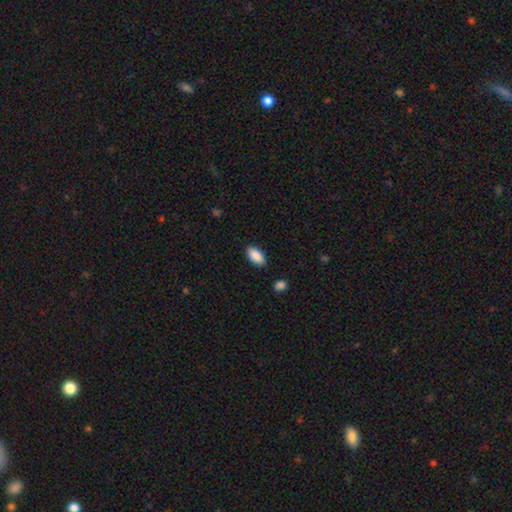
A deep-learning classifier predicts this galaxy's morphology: Q: Smooth or featured?
A: smooth (89%); runner-up: star or artifact (7%)
Q: How rounded?
A: in between (93%); runner-up: cigar-shaped (5%)
Q: Merging?
A: none (86%); runner-up: minor disturbance (10%)